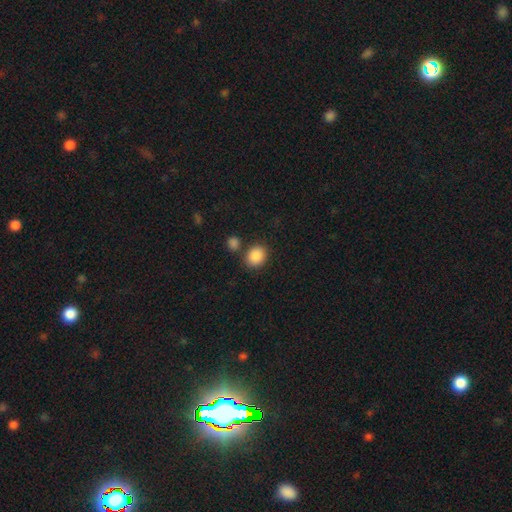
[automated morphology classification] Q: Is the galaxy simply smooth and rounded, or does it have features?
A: smooth — 88%.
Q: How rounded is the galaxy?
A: round — 60%.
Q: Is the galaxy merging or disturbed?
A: none — 75%.